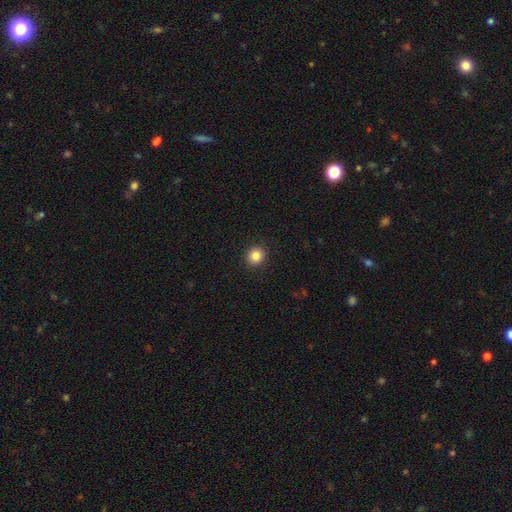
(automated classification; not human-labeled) The model was most divided on "how rounded": round: 86%, in between: 13%, cigar-shaped: 1%. More confident: merging — none (92%); smooth or featured — smooth (85%).